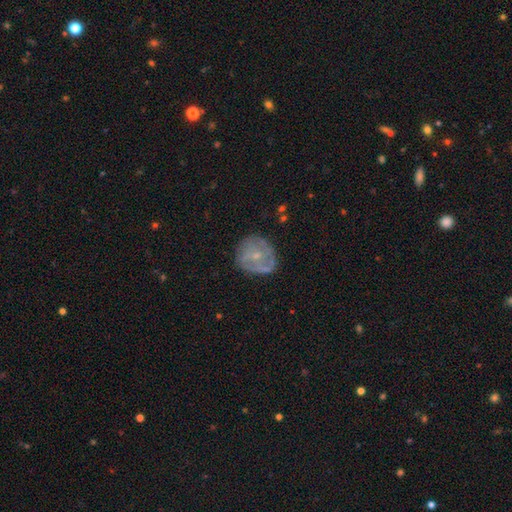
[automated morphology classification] smooth_or_featured: featured or disk (p=0.61) [alt: smooth p=0.30]
disk_edge_on: no (p=0.97) [alt: yes p=0.03]
bar: no (p=0.70) [alt: weak p=0.26]
has_spiral_arms: yes (p=0.68) [alt: no p=0.32]
bulge_size: small (p=0.70) [alt: moderate p=0.22]
merging: none (p=0.69) [alt: minor disturbance p=0.20]